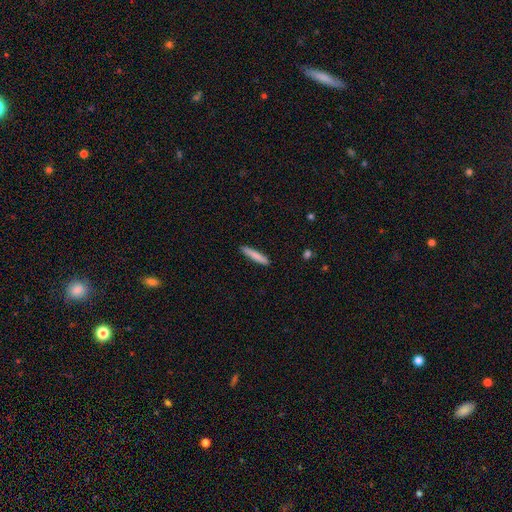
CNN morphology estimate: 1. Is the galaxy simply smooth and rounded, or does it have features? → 81% smooth, 13% featured or disk, 6% star or artifact.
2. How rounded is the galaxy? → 93% cigar-shaped, 6% in between, 1% round.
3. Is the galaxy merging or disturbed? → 90% none, 8% minor disturbance, 1% major disturbance, 1% merger.